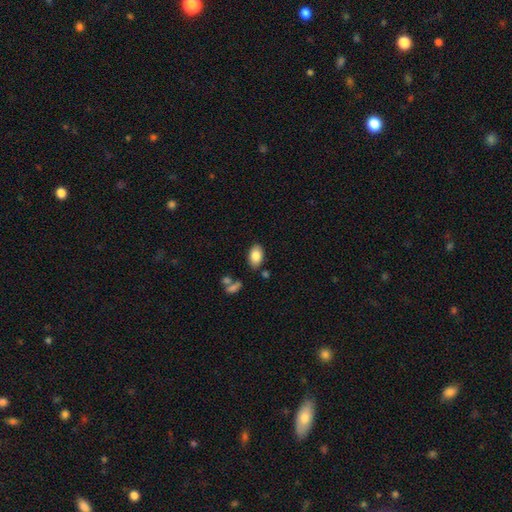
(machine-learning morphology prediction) smooth 83%, featured or disk 9%, star or artifact 7%. Down the decision tree: how rounded — in between (92%); merging — none (80%).